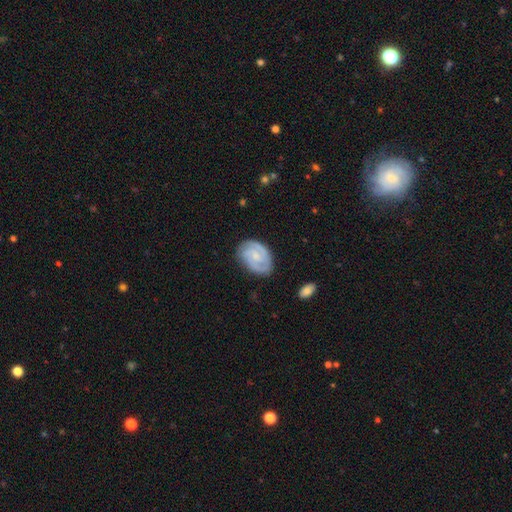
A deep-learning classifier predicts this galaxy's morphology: Smooth or featured? Predicted: featured or disk (p=0.78). Edge-on disk? Predicted: no (p=0.98). Bar? Predicted: no (p=0.51). Spiral arms? Predicted: yes (p=0.95). Spiral winding? Predicted: tight (p=0.57). Spiral arm count? Predicted: 2 (p=0.67). Bulge size? Predicted: small (p=0.59). Merging? Predicted: none (p=0.77).